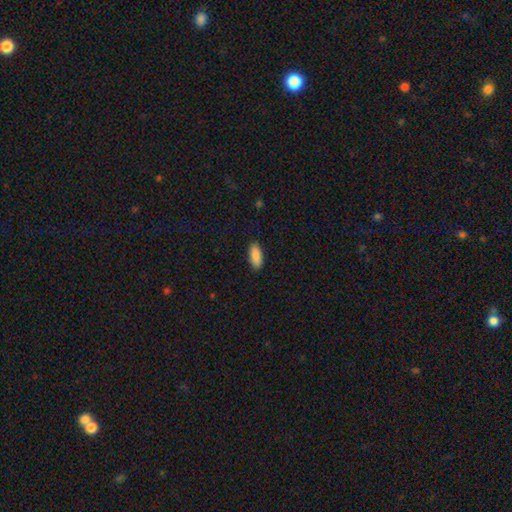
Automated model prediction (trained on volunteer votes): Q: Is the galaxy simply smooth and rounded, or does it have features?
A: smooth — 90%.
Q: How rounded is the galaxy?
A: in between — 81%.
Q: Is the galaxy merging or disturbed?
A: none — 88%.